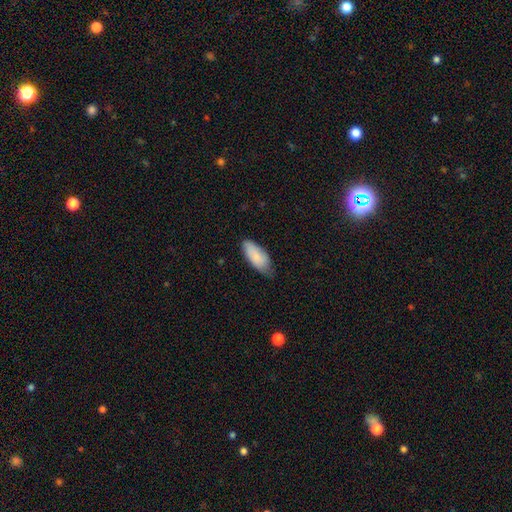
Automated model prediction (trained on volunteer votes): This is clearly a smooth galaxy (85%). How rounded: clearly in between (85%). Merging: possibly none (58%).